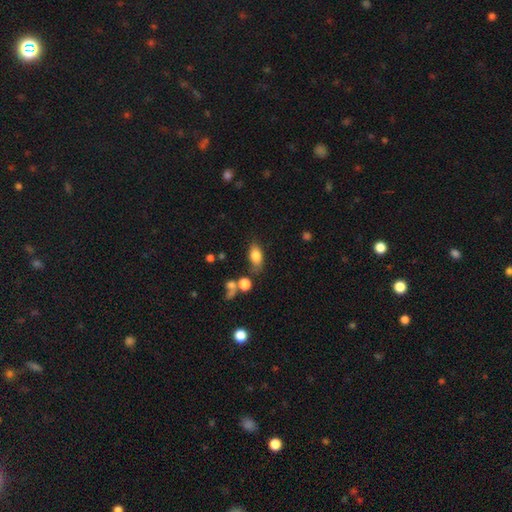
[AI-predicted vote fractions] Smooth or featured: smooth — 80% (featured or disk — 11%)
How rounded: in between — 86% (round — 9%)
Merging: none — 67% (minor disturbance — 17%)